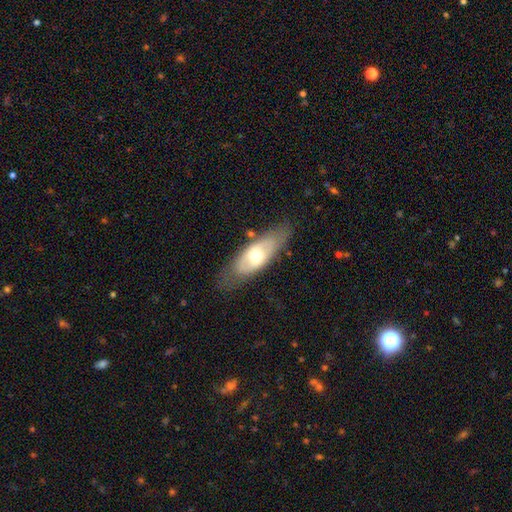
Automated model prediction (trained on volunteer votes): A featured or disk galaxy (49%). Merging: none (72%).